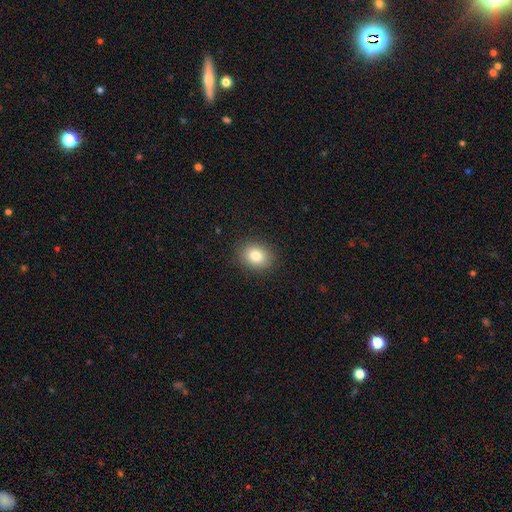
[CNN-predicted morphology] Overall: smooth (82%). How rounded: in between (57%; round 42%). Merging: none (88%).